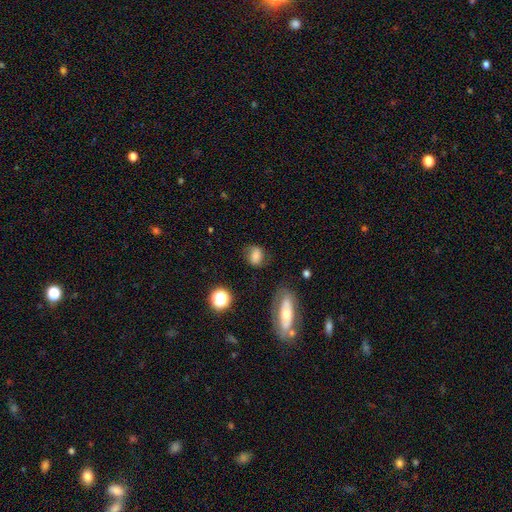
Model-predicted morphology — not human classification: The model was most divided on "how rounded": in between: 58%, round: 40%, cigar-shaped: 3%. More confident: merging — none (64%); smooth or featured — smooth (64%).